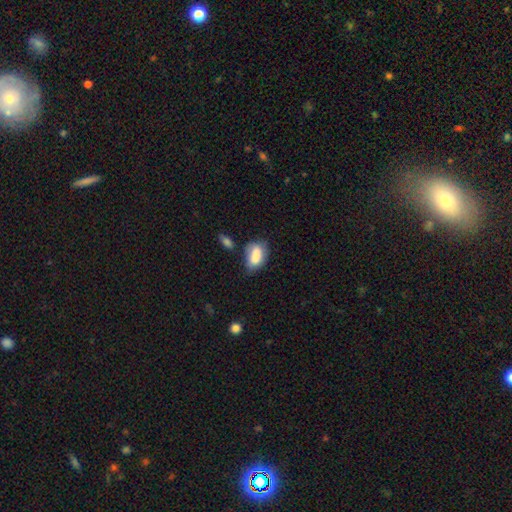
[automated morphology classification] This is likely a smooth galaxy (80%). How rounded: clearly in between (87%). Merging: possibly none (47%).